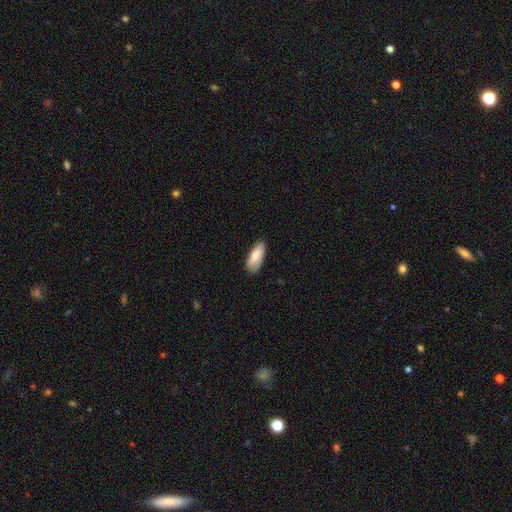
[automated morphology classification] A smooth galaxy with no disk features (74%) that is in between round and cigar-shaped (81%).

Vote fractions:
- Smooth or featured? smooth: 74% / featured or disk: 20% / star or artifact: 6%
- How rounded? in between: 81% / cigar-shaped: 17% / round: 2%
- Merging? none: 76% / minor disturbance: 19% / major disturbance: 4% / merger: 1%